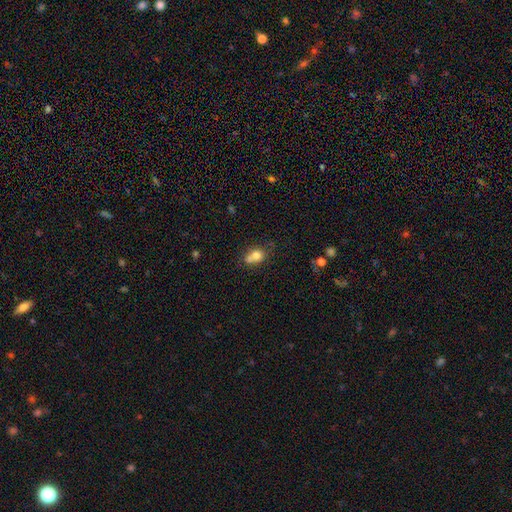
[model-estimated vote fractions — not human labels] This appears to be a smooth galaxy with no disk features (73%) that is round (54%). Merging: merger (48%).